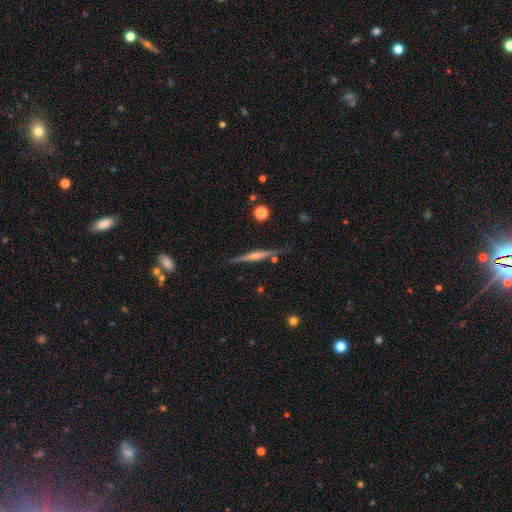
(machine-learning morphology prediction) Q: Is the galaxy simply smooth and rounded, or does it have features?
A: featured or disk — 72%.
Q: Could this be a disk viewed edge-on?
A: yes — 98%.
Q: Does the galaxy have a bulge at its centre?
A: rounded — 67%.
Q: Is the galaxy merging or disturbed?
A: none — 84%.